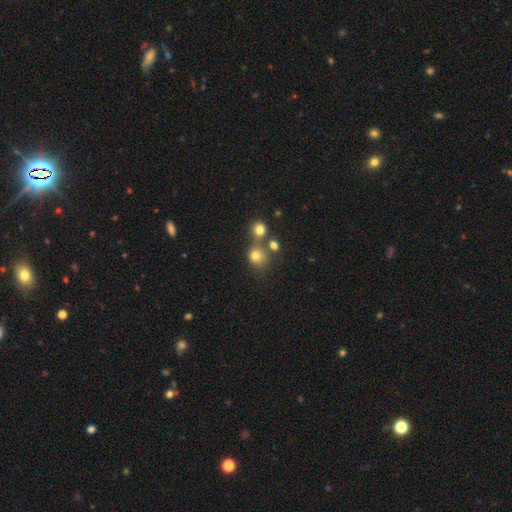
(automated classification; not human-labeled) Morphology: type=smooth (75%); roundness=round (83%); merging=none (57%).